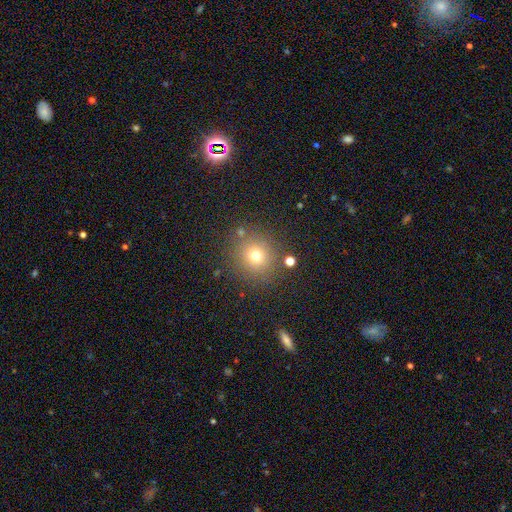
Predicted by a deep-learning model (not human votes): Morphology: type=smooth (70%); roundness=round (90%); merging=none (83%).